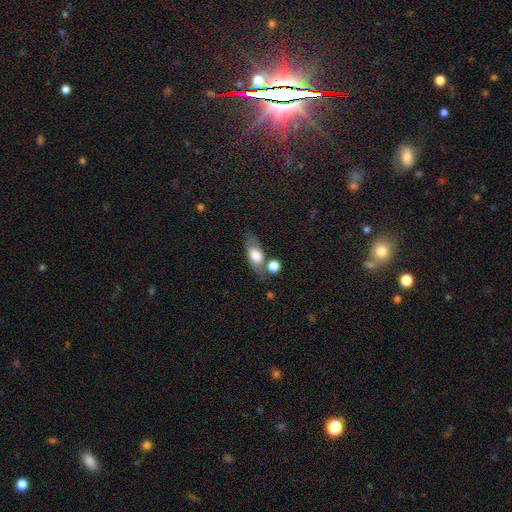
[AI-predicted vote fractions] Smooth or featured? smooth (63%)
How rounded? in between (74%)
Merging? none (59%)